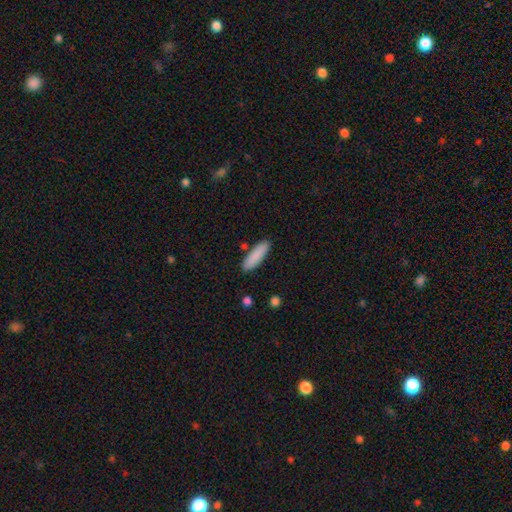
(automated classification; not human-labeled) This appears to be a smooth galaxy with no disk features (87%) that is cigar-shaped (63%). Merging: none (85%).